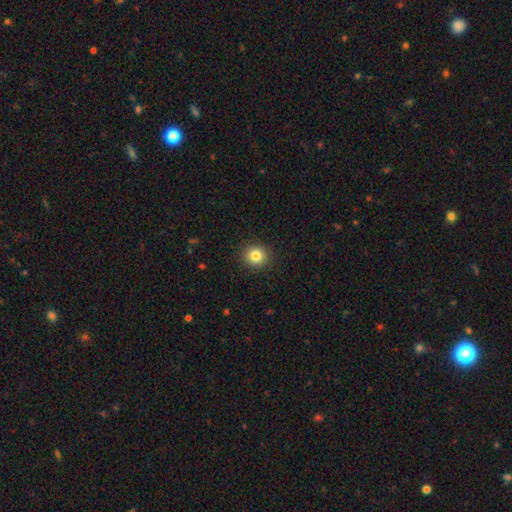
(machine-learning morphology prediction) A smooth galaxy with no disk features (83%) that is round (89%).

Vote fractions:
- Smooth or featured? smooth: 83% / star or artifact: 10% / featured or disk: 6%
- How rounded? round: 89% / in between: 10% / cigar-shaped: 1%
- Merging? none: 91% / minor disturbance: 6% / major disturbance: 2% / merger: 1%